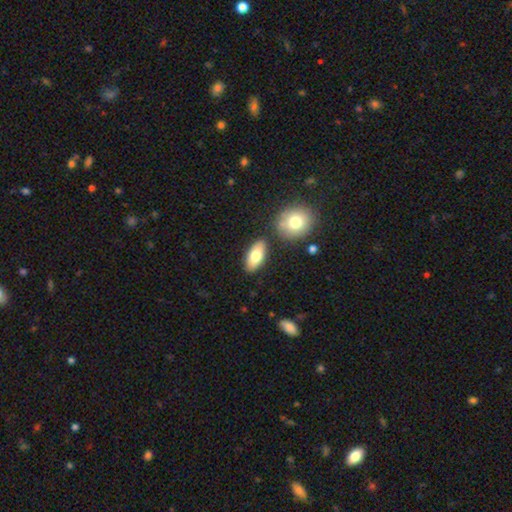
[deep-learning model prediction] Smooth or featured: smooth — 76% (featured or disk — 17%)
How rounded: in between — 88% (cigar-shaped — 9%)
Merging: none — 82% (minor disturbance — 10%)